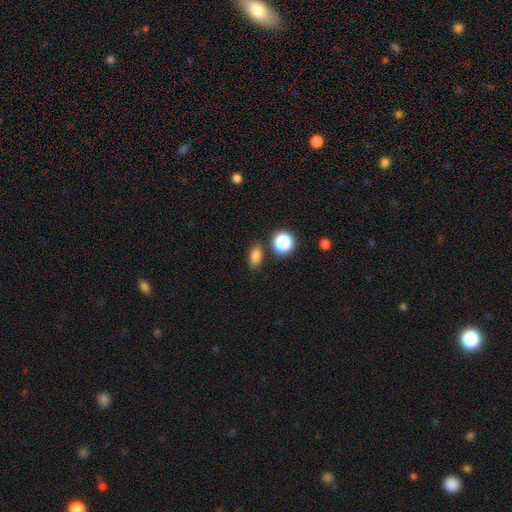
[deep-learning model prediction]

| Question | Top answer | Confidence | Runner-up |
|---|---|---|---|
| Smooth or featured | smooth | 82% | star or artifact (13%) |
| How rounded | in between | 76% | round (17%) |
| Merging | none | 84% | minor disturbance (10%) |